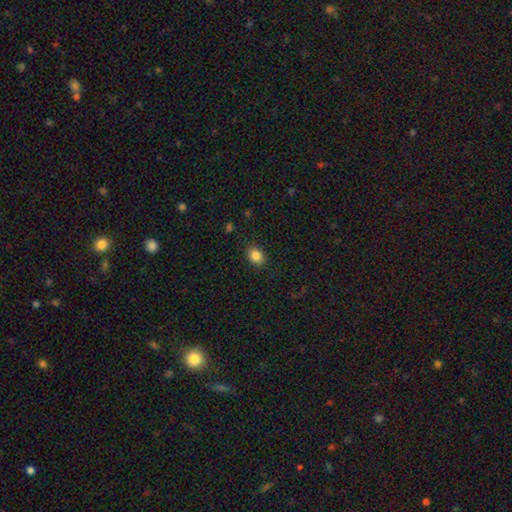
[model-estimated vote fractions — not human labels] A smooth galaxy with no disk features (86%) that is in between round and cigar-shaped (51%).

Vote fractions:
- Smooth or featured? smooth: 86% / star or artifact: 10% / featured or disk: 5%
- How rounded? in between: 51% / round: 49% / cigar-shaped: 1%
- Merging? none: 87% / minor disturbance: 9% / major disturbance: 3% / merger: 1%